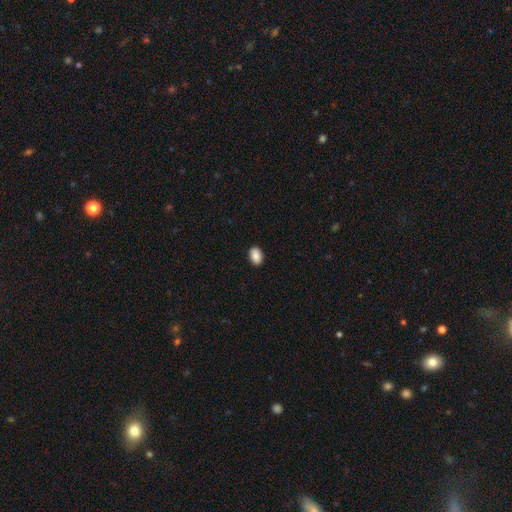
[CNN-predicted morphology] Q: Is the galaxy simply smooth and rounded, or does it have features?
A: smooth — 89%.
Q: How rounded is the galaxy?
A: in between — 83%.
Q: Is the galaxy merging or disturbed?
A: none — 89%.